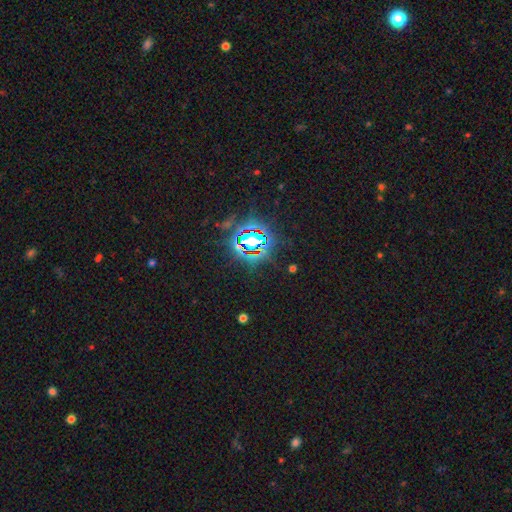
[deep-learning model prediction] star or artifact 83%, smooth 10%, featured or disk 7%.